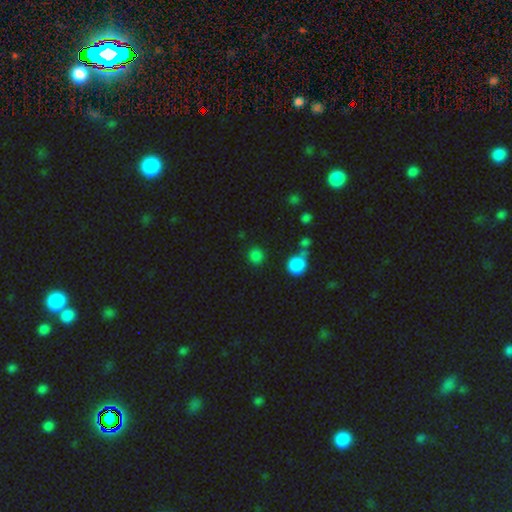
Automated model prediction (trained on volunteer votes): A smooth galaxy with no disk features (82%) that is round (91%).

Vote fractions:
- Smooth or featured? smooth: 82% / star or artifact: 14% / featured or disk: 4%
- How rounded? round: 91% / in between: 8% / cigar-shaped: 1%
- Merging? none: 82% / minor disturbance: 8% / merger: 6% / major disturbance: 3%